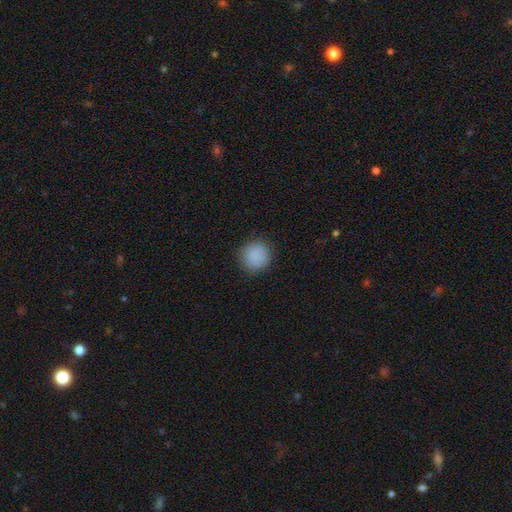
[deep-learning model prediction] Smooth or featured?
  - smooth: 88% *
  - star or artifact: 9%
  - featured or disk: 3%
How rounded?
  - round: 89% *
  - in between: 10%
  - cigar-shaped: 1%
Merging?
  - none: 87% *
  - minor disturbance: 9%
  - major disturbance: 3%
  - merger: 1%